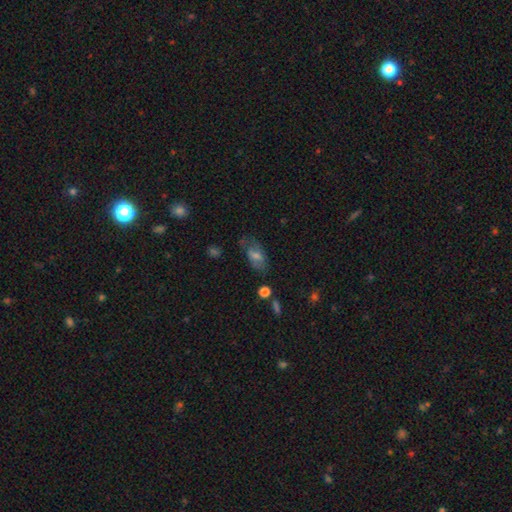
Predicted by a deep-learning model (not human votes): smooth_or_featured: smooth (p=0.54) [alt: featured or disk p=0.34]
how_rounded: in between (p=0.84) [alt: cigar-shaped p=0.08]
merging: none (p=0.61) [alt: minor disturbance p=0.23]